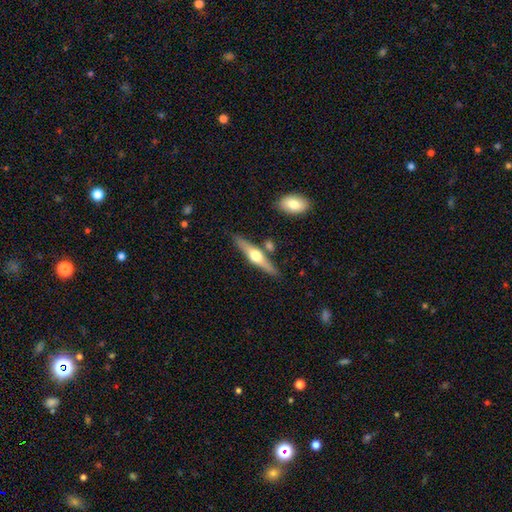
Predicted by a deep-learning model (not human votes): featured or disk 66%, smooth 28%, star or artifact 5%. Down the decision tree: edge-on disk — yes (96%); edge-on bulge — rounded (95%); merging — none (79%).